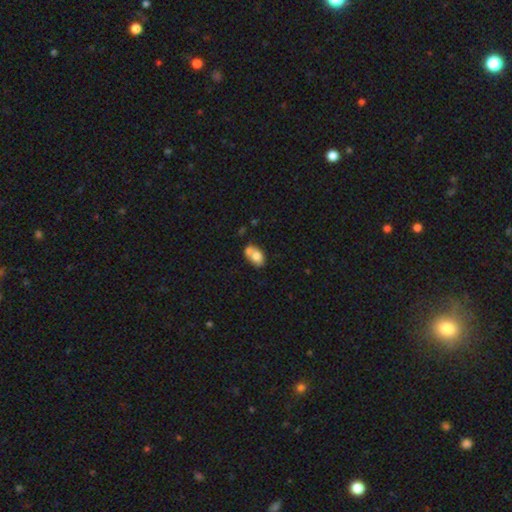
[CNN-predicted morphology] type=smooth (72%); roundness=in between (79%); merging=merger (47%).